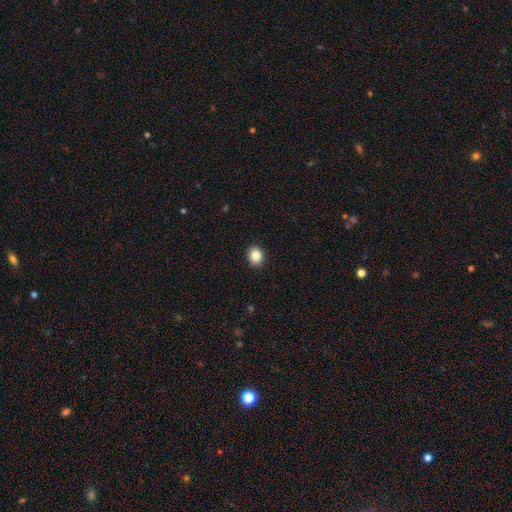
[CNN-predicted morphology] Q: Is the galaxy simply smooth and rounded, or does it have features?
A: smooth — 86%.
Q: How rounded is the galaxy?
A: round — 63%.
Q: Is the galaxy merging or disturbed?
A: none — 91%.